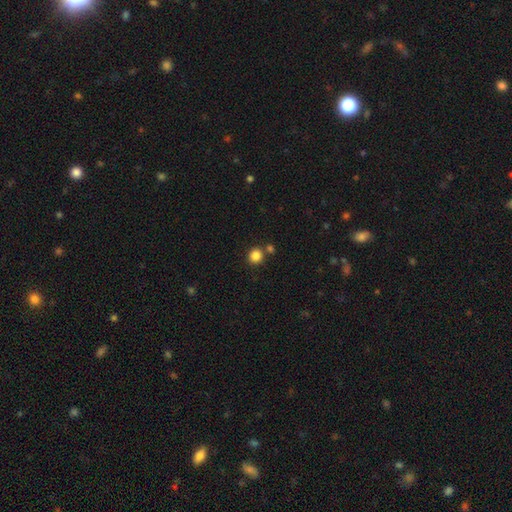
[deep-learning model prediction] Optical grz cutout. It shows a smooth galaxy with no disk features (85%) that is round (90%). Merging: none (76%).